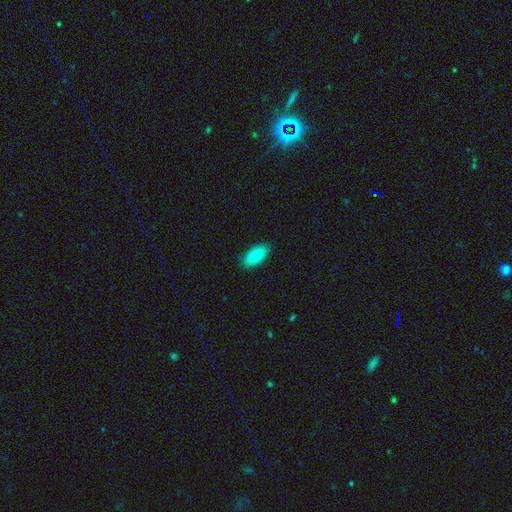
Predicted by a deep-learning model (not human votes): smooth 79%, featured or disk 14%, star or artifact 7%. Down the decision tree: how rounded — in between (90%); merging — none (88%).